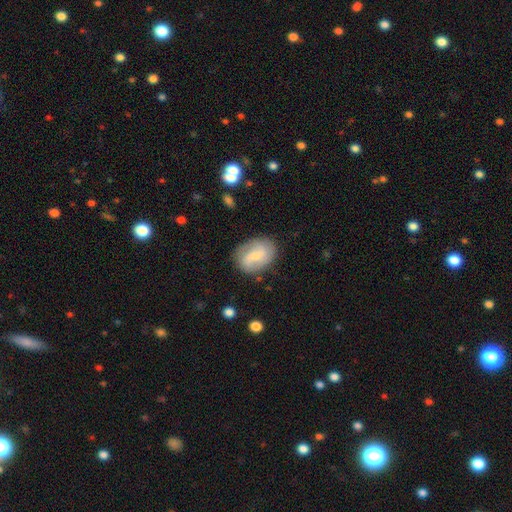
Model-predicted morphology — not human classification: smooth-or-featured: featured or disk: 50% | smooth: 43% | star or artifact: 7%
  disk-edge-on: no: 97% | yes: 3%
  merging: none: 76% | minor disturbance: 17% | major disturbance: 5% | merger: 2%